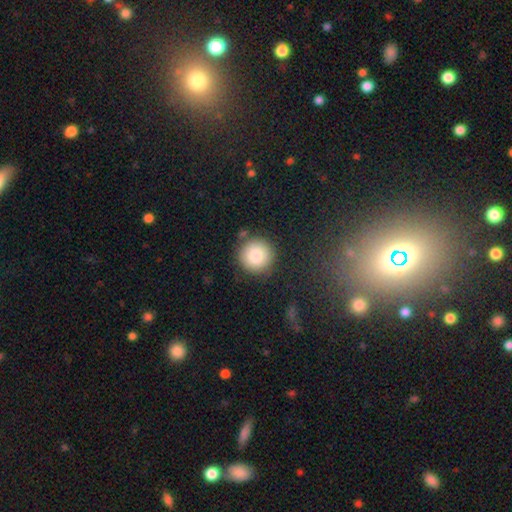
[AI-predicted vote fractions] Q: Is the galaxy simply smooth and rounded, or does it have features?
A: smooth — 84%.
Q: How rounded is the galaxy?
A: round — 95%.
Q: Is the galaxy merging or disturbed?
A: none — 85%.